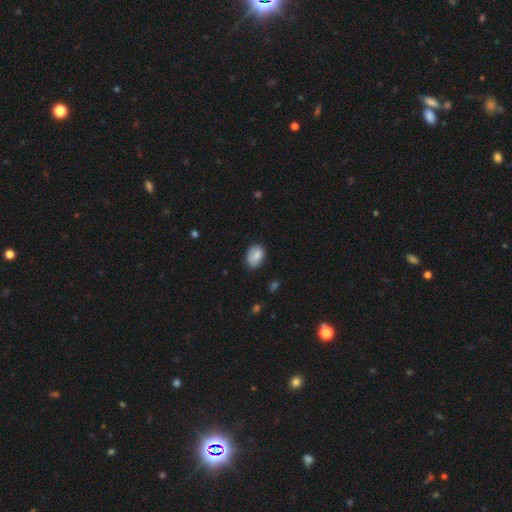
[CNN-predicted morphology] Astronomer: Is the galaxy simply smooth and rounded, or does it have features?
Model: smooth — 81%.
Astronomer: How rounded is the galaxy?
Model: in between — 81%.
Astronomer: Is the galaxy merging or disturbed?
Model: none — 78%.